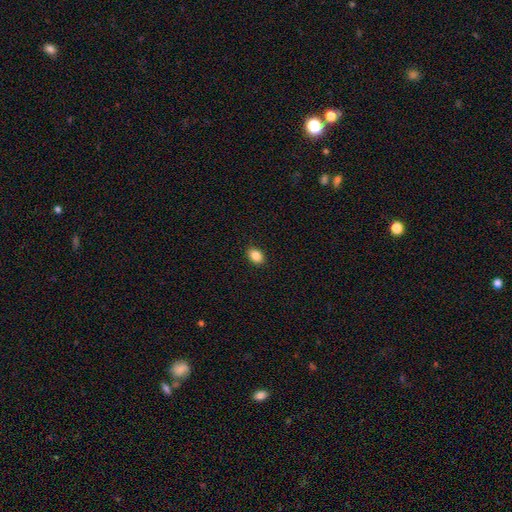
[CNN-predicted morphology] smooth-or-featured: smooth: 87% | star or artifact: 9% | featured or disk: 5%
  how-rounded: in between: 79% | round: 20% | cigar-shaped: 1%
  merging: none: 90% | minor disturbance: 7% | major disturbance: 2% | merger: 1%